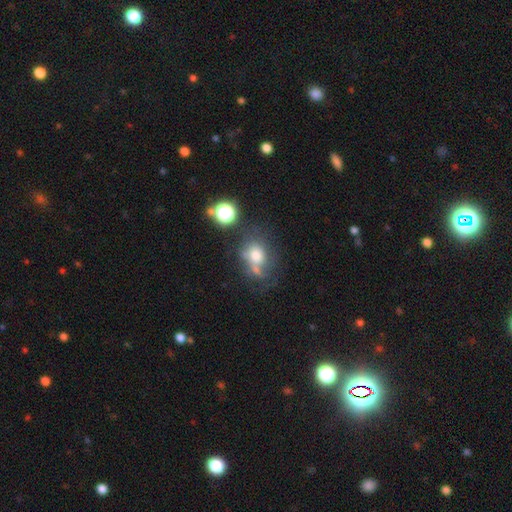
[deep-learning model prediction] Smooth or featured? smooth (60%)
How rounded? round (56%)
Merging? none (40%)